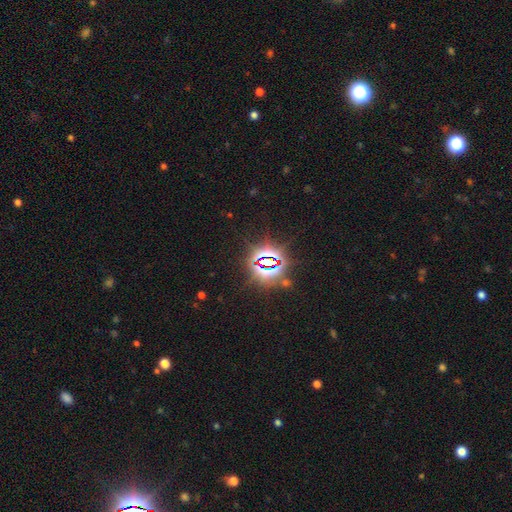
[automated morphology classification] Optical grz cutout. It shows a star or artifact, not a galaxy (83%).